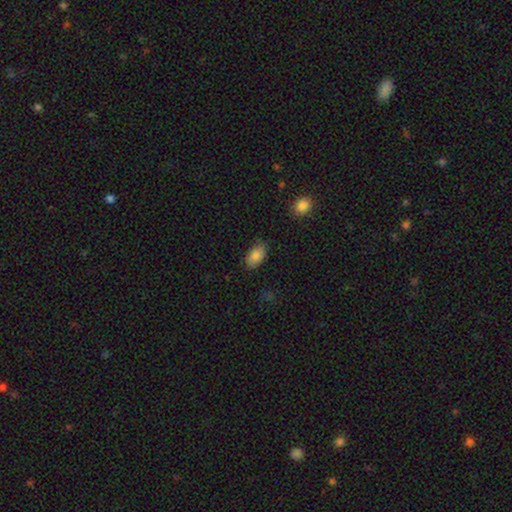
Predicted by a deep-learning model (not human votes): smooth 84%, featured or disk 9%, star or artifact 7%. Down the decision tree: how rounded — in between (93%); merging — none (79%).